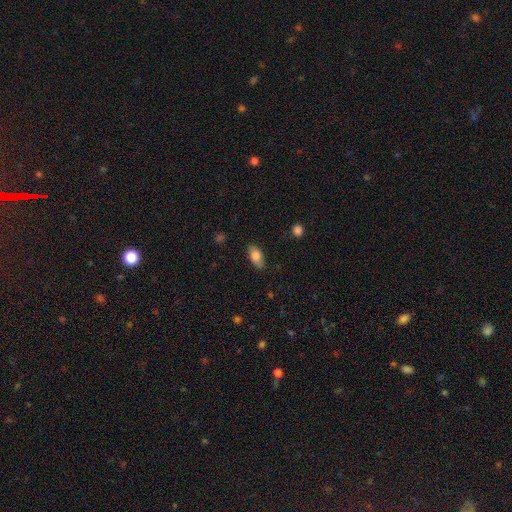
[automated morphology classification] Smooth or featured: smooth — 78% (featured or disk — 15%)
How rounded: in between — 89% (cigar-shaped — 6%)
Merging: none — 82% (minor disturbance — 14%)